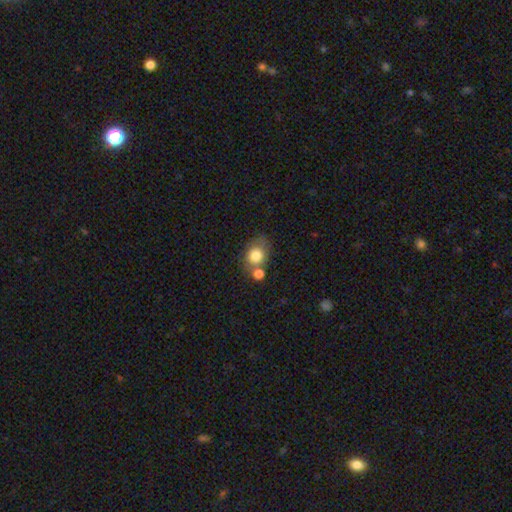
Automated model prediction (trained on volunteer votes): smooth 77%, featured or disk 14%, star or artifact 9%. Down the decision tree: how rounded — round (55%); merging — none (43%).